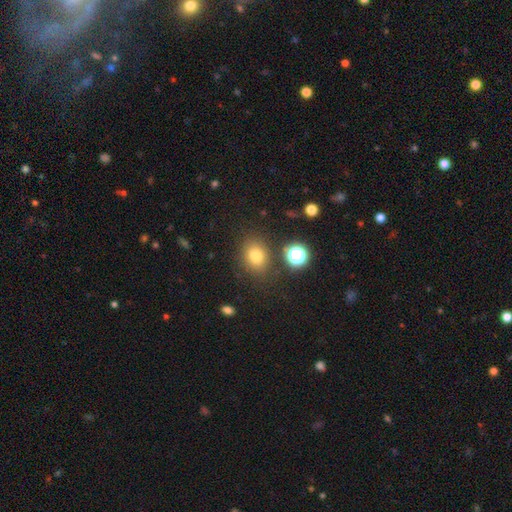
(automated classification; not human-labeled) This is likely a smooth galaxy (77%). How rounded: possibly round (54%). Merging: clearly none (80%).